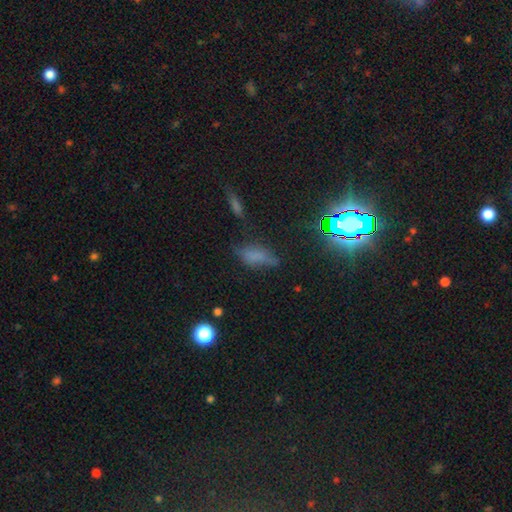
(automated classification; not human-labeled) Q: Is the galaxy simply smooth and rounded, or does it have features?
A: smooth — 58%.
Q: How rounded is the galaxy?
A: in between — 74%.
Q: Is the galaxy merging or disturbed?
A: none — 50%.